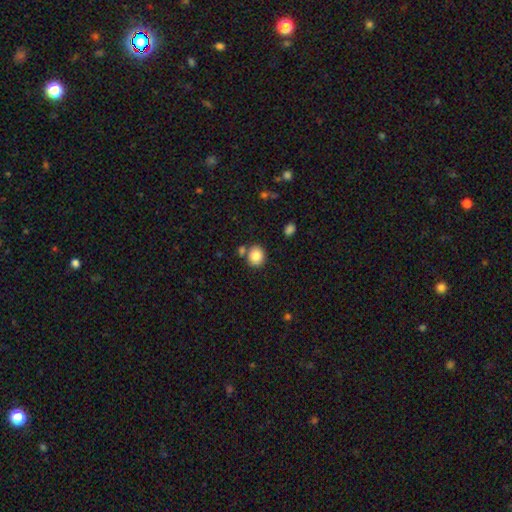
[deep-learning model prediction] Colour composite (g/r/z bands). It shows a smooth galaxy with no disk features (84%) that is round (76%). Merging: none (74%).